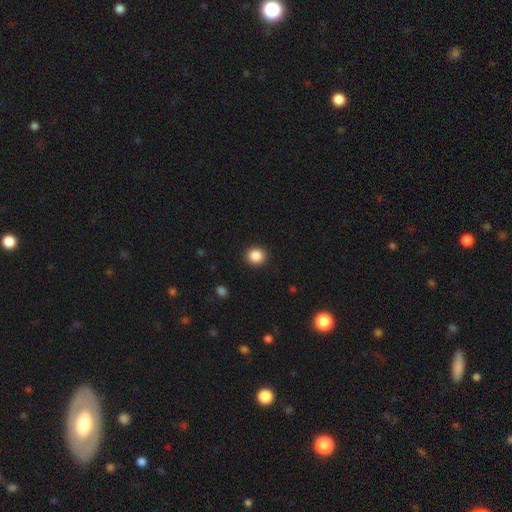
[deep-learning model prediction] A smooth galaxy with no disk features (87%) that is round (89%). Merging: none (92%).